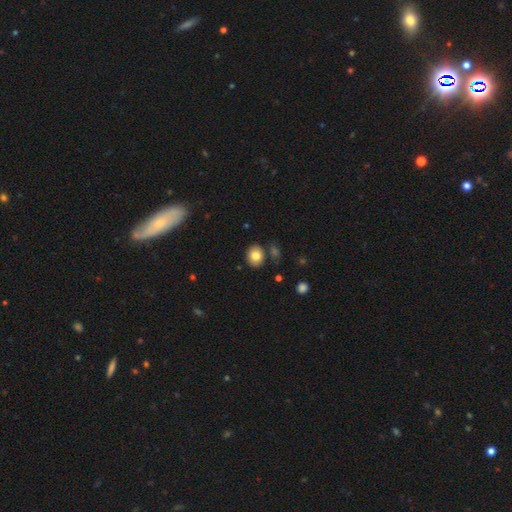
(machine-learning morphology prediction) This appears to be a smooth galaxy with no disk features (81%) that is round (59%). Merging: none (84%).